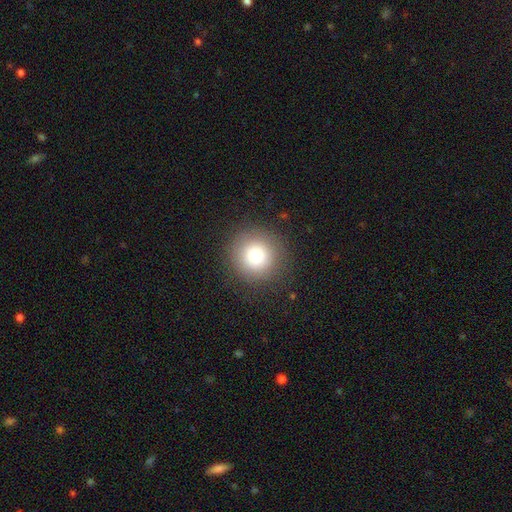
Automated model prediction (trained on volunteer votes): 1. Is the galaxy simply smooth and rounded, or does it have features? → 78% smooth, 12% star or artifact, 10% featured or disk.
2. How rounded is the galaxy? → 95% round, 4% in between, 1% cigar-shaped.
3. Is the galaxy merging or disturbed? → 89% none, 7% minor disturbance, 3% major disturbance, 1% merger.